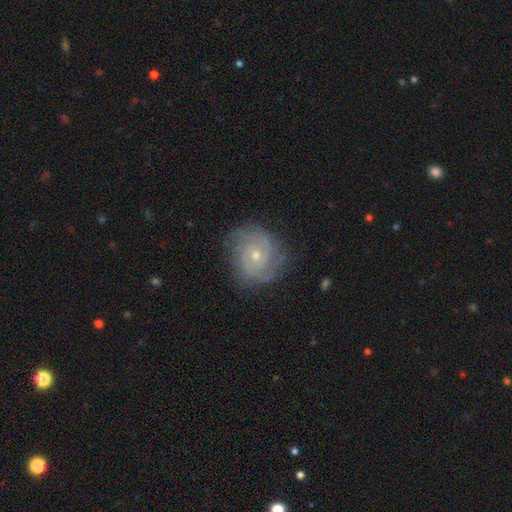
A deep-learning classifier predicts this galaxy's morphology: smooth-or-featured: featured or disk: 78% | smooth: 15% | star or artifact: 7%
  disk-edge-on: no: 98% | yes: 2%
    bar: no: 77% | weak: 20% | strong: 3%
    has-spiral-arms: yes: 94% | no: 6%
      spiral-winding: tight: 63% | medium: 30% | loose: 8%
      spiral-arm-count: 2: 30% (tied) | can't tell: 30% (tied) | 3: 21% | 4: 9% | 1: 5% | more than 4: 5%
    bulge-size: small: 63% | moderate: 34% | none: 1% | large: 1% | dominant: 1%
  merging: none: 77% | minor disturbance: 17% | major disturbance: 6% | merger: 1%